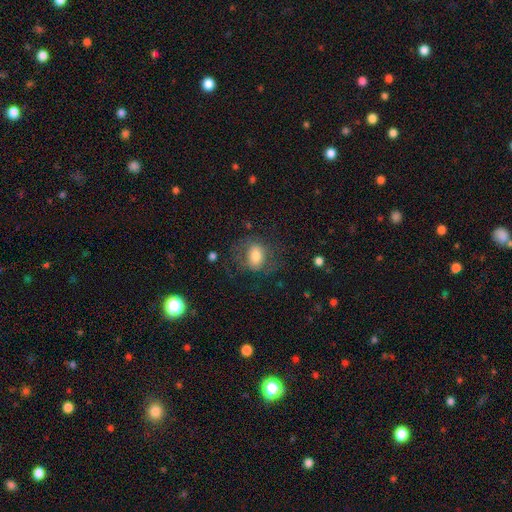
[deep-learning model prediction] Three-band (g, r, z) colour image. It shows a smooth galaxy with no disk features (67%) that is in between round and cigar-shaped (59%). Merging: none (58%).